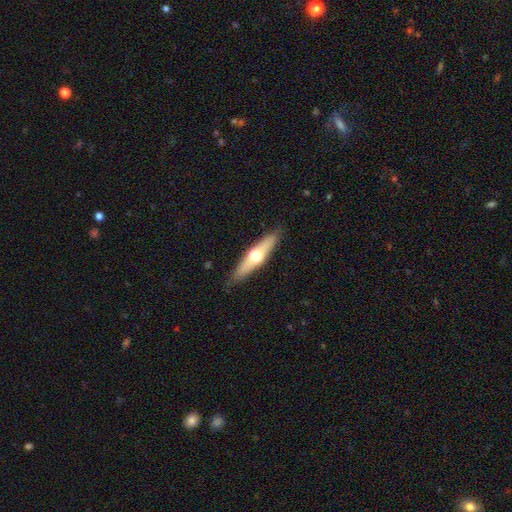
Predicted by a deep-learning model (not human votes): A featured or disk galaxy (54%) viewed edge-on (91%).

Vote fractions:
- Smooth or featured? featured or disk: 54% / smooth: 40% / star or artifact: 5%
- Edge-on disk? yes: 91% / no: 9%
- Merging? none: 87% / minor disturbance: 10% / major disturbance: 2% / merger: 1%